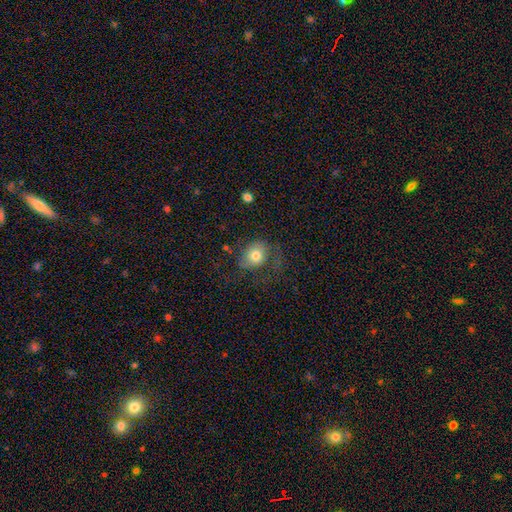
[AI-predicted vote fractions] smooth_or_featured: smooth (p=0.69) [alt: featured or disk p=0.22]
how_rounded: round (p=0.55) [alt: in between p=0.44]
merging: none (p=0.47) [alt: major disturbance p=0.29]